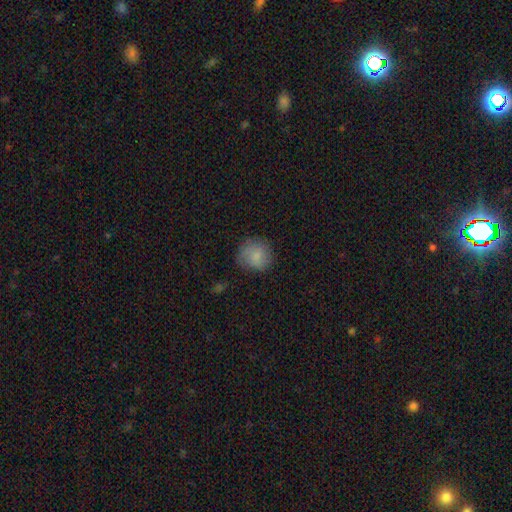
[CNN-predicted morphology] This is clearly a smooth galaxy (82%). How rounded: clearly round (86%). Merging: likely none (75%).